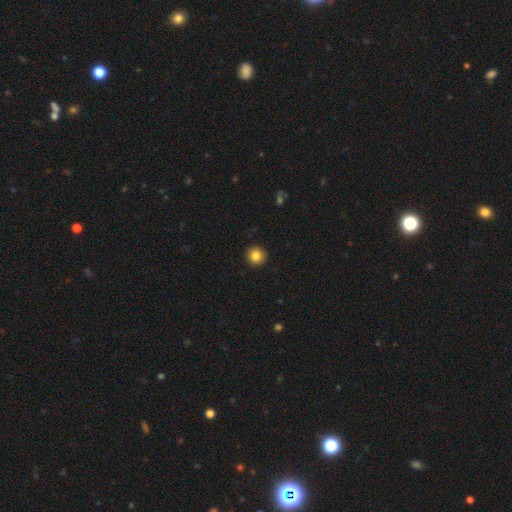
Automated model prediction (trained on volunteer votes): Smooth or featured? Predicted: smooth (p=0.84). How rounded? Predicted: round (p=0.95). Merging? Predicted: none (p=0.93).